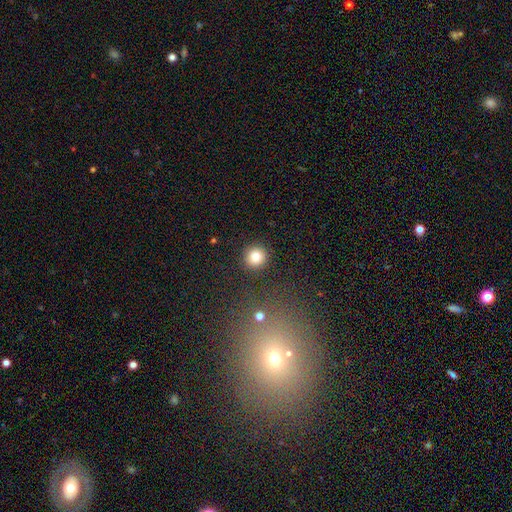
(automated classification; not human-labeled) A smooth galaxy with no disk features (82%) that is round (93%).

Vote fractions:
- Smooth or featured? smooth: 82% / star or artifact: 11% / featured or disk: 7%
- How rounded? round: 93% / in between: 6% / cigar-shaped: 1%
- Merging? none: 91% / minor disturbance: 5% / major disturbance: 2% / merger: 2%